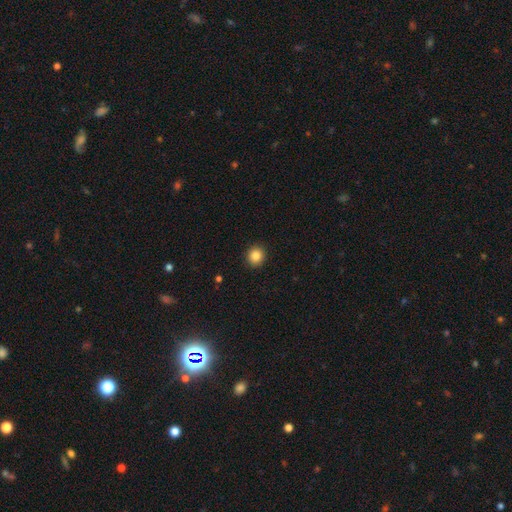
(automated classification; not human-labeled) The model was most divided on "smooth or featured": smooth: 85%, star or artifact: 10%, featured or disk: 5%. More confident: merging — none (92%); how rounded — round (88%).